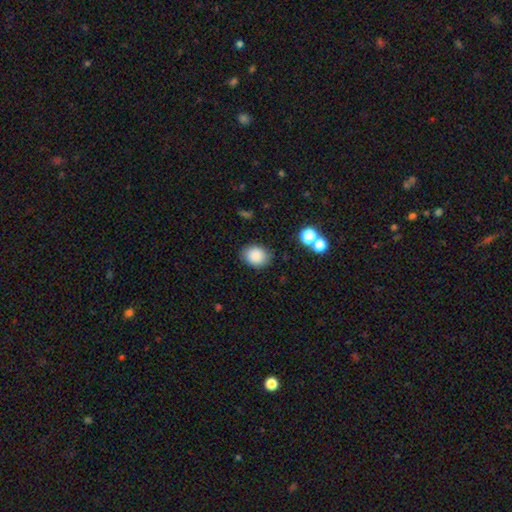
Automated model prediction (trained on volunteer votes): A smooth galaxy with no disk features (86%) that is round (54%).

Vote fractions:
- Smooth or featured? smooth: 86% / star or artifact: 9% / featured or disk: 5%
- How rounded? round: 54% / in between: 45% / cigar-shaped: 1%
- Merging? none: 82% / minor disturbance: 12% / major disturbance: 3% / merger: 3%